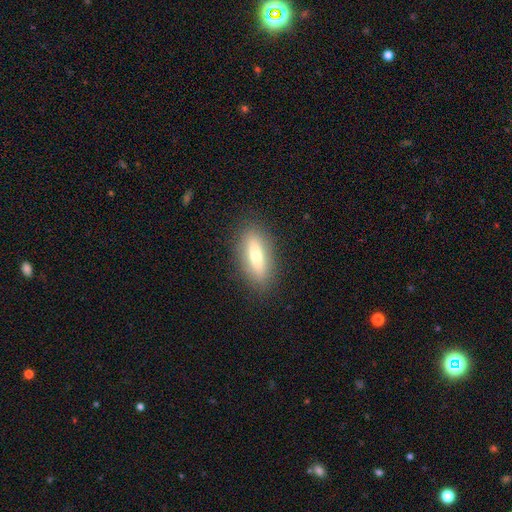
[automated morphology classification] A smooth galaxy with no disk features (62%) that is in between round and cigar-shaped (61%).

Vote fractions:
- Smooth or featured? smooth: 62% / featured or disk: 29% / star or artifact: 9%
- How rounded? in between: 61% / cigar-shaped: 36% / round: 3%
- Merging? none: 88% / minor disturbance: 8% / major disturbance: 2% / merger: 1%